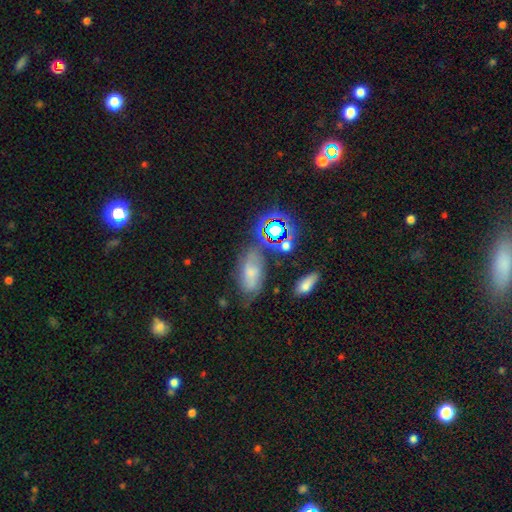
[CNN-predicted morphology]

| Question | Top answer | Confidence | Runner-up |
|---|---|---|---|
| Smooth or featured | star or artifact | 37% | featured or disk (35%) |